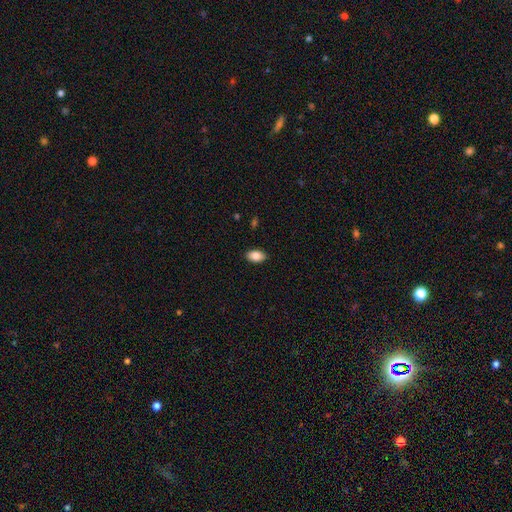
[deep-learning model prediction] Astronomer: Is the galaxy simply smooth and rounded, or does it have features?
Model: smooth — 87%.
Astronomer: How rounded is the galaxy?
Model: in between — 92%.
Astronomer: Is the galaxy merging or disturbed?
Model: none — 89%.